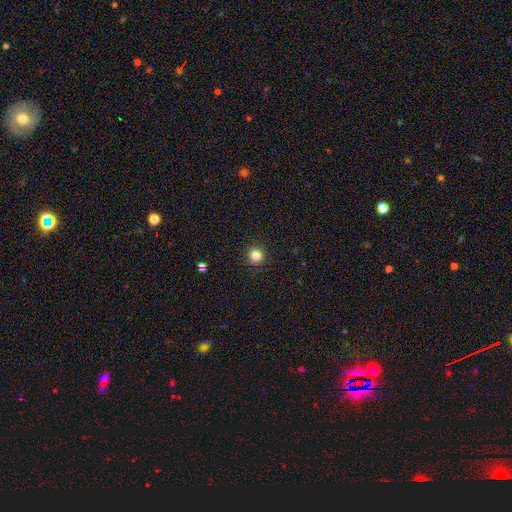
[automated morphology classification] smooth_or_featured: smooth (p=0.83) [alt: star or artifact p=0.12]
how_rounded: round (p=0.94) [alt: in between p=0.05]
merging: none (p=0.93) [alt: minor disturbance p=0.05]